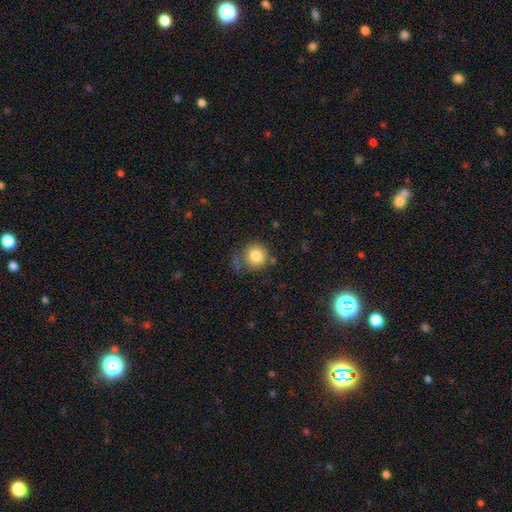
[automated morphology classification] smooth-or-featured: smooth: 82% | star or artifact: 10% | featured or disk: 9%
  how-rounded: round: 91% | in between: 8% | cigar-shaped: 1%
  merging: none: 66% | minor disturbance: 18% | merger: 9% | major disturbance: 7%